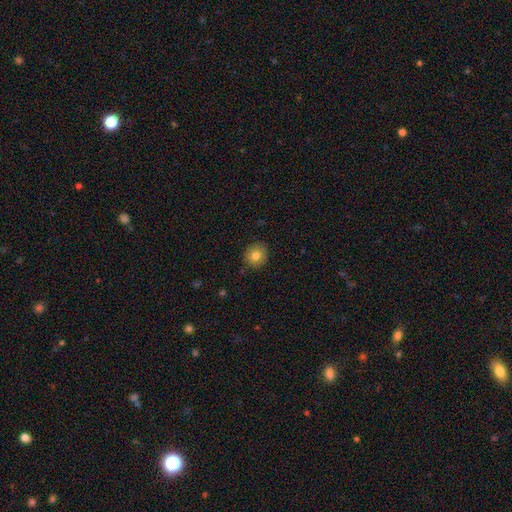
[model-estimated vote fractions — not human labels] The model was most divided on "how rounded": round: 79%, in between: 20%, cigar-shaped: 1%. More confident: merging — none (89%); smooth or featured — smooth (80%).